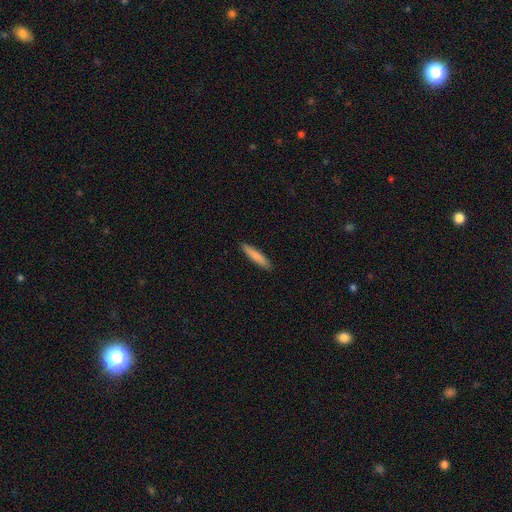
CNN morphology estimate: smooth_or_featured: smooth (p=0.83) [alt: featured or disk p=0.12]
how_rounded: cigar-shaped (p=0.88) [alt: in between p=0.11]
merging: none (p=0.90) [alt: minor disturbance p=0.08]